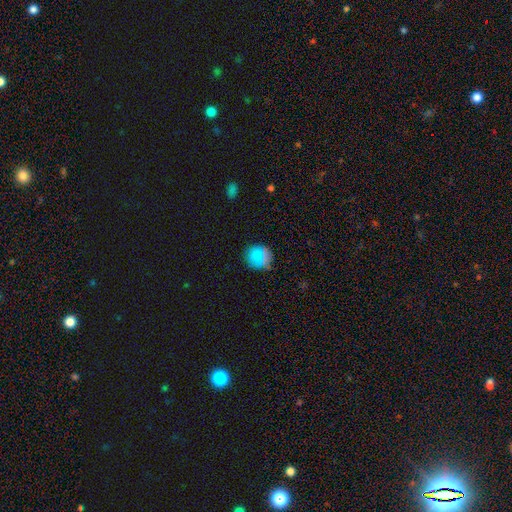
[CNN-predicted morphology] Q: Smooth or featured?
A: smooth (75%); runner-up: star or artifact (19%)
Q: How rounded?
A: round (91%); runner-up: in between (8%)
Q: Merging?
A: none (85%); runner-up: minor disturbance (10%)